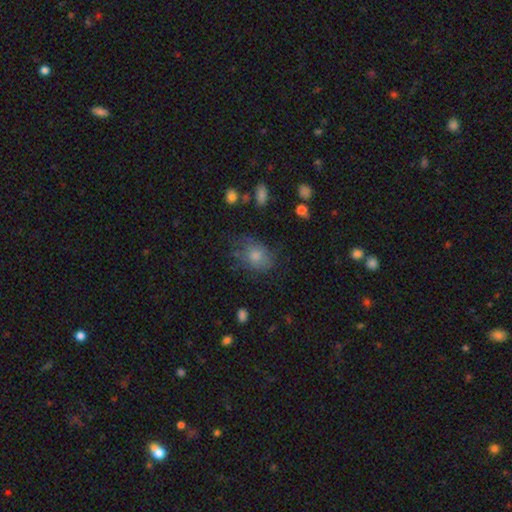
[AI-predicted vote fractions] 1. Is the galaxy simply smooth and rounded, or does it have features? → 71% smooth, 16% featured or disk, 13% star or artifact.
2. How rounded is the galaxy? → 58% in between, 41% round, 1% cigar-shaped.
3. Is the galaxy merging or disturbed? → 64% none, 24% minor disturbance, 10% major disturbance, 2% merger.